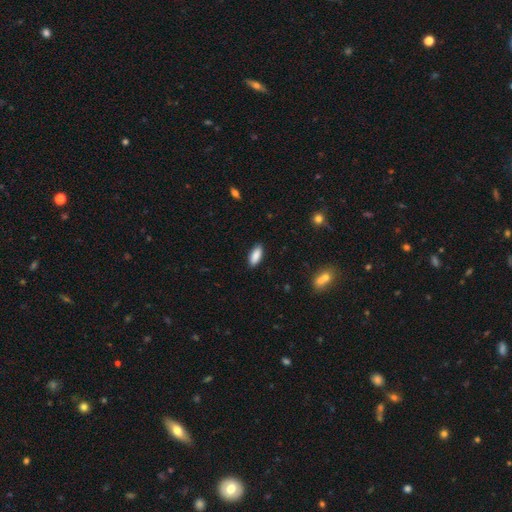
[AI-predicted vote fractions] This is clearly a smooth galaxy (88%). How rounded: likely in between (79%). Merging: clearly none (88%).